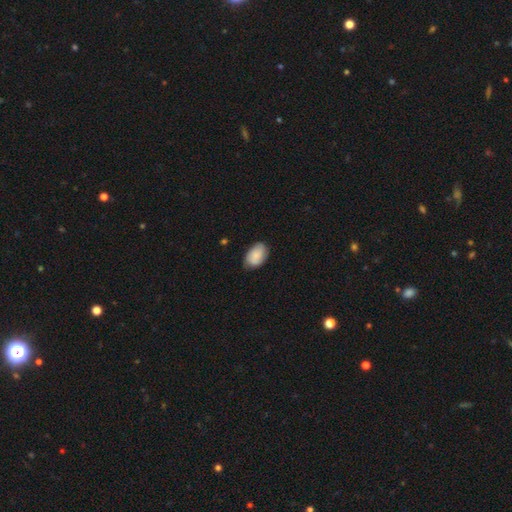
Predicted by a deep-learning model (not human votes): A smooth galaxy with no disk features (80%) that is in between round and cigar-shaped (90%). Merging: none (75%).